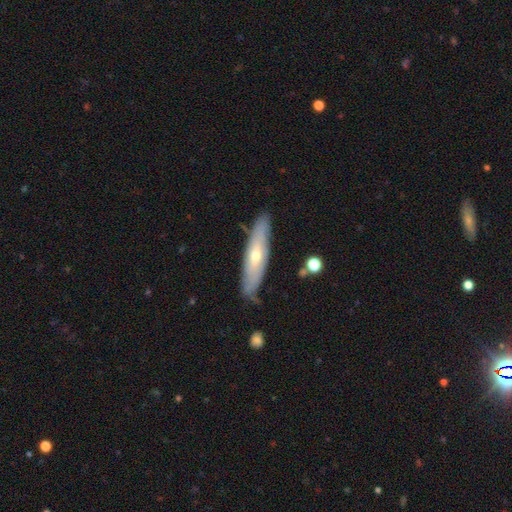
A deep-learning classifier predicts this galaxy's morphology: featured or disk 54%, smooth 40%, star or artifact 6%. Down the decision tree: edge-on disk — yes (58%); merging — none (80%).